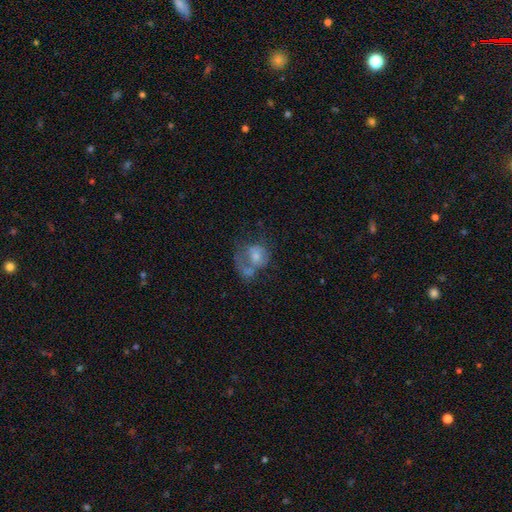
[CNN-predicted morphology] Smooth or featured: featured or disk — 46% (smooth — 41%)
Merging: merger — 37% (major disturbance — 25%)